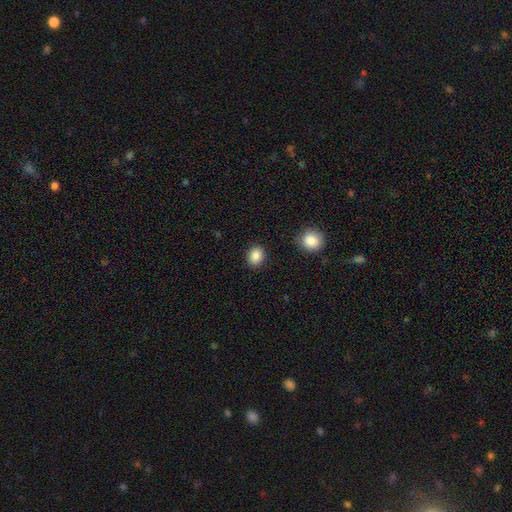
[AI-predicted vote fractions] smooth 86%, star or artifact 9%, featured or disk 4%. Down the decision tree: how rounded — round (54%); merging — none (89%).